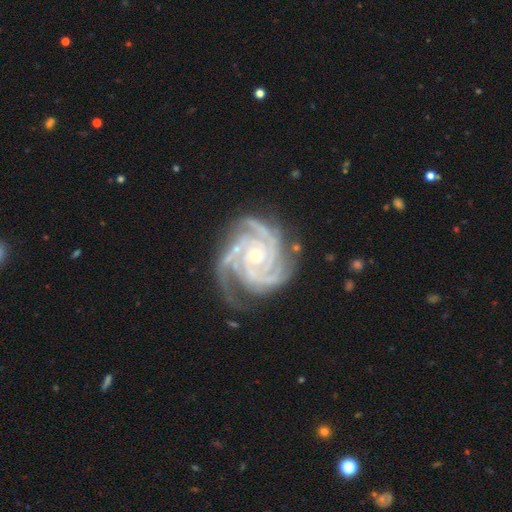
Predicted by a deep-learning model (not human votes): Smooth or featured? featured or disk (94%)
Edge-on disk? no (98%)
Bar? no (73%)
Spiral arms? yes (99%)
Spiral winding? tight (78%)
Spiral arm count? 3 (41%)
Bulge size? small (64%)
Merging? none (72%)